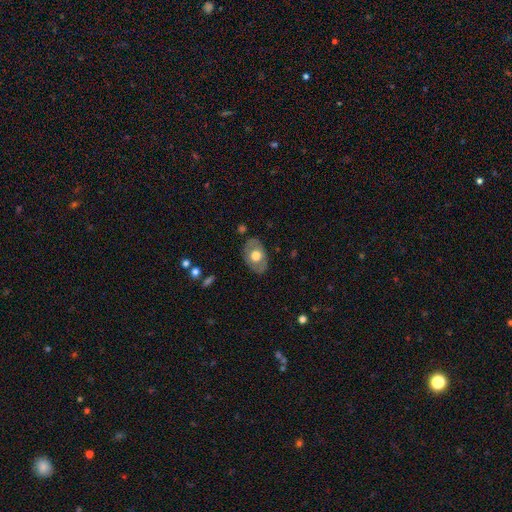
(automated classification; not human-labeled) Morphology: type=smooth (52%); roundness=in between (81%); merging=none (81%).